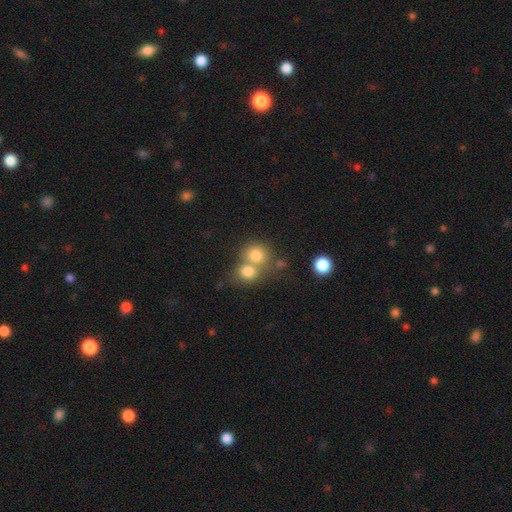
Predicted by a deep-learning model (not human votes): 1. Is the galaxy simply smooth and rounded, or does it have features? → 77% smooth, 12% star or artifact, 12% featured or disk.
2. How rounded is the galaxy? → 82% round, 17% in between, 1% cigar-shaped.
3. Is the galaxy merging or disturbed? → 52% merger, 38% none, 7% minor disturbance, 3% major disturbance.